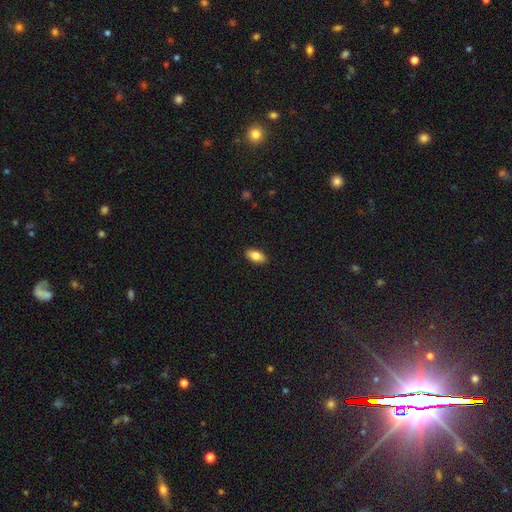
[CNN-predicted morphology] A smooth galaxy with no disk features (82%) that is in between round and cigar-shaped (91%).

Vote fractions:
- Smooth or featured? smooth: 82% / featured or disk: 11% / star or artifact: 7%
- How rounded? in between: 91% / cigar-shaped: 6% / round: 3%
- Merging? none: 90% / minor disturbance: 8% / major disturbance: 2% / merger: 1%